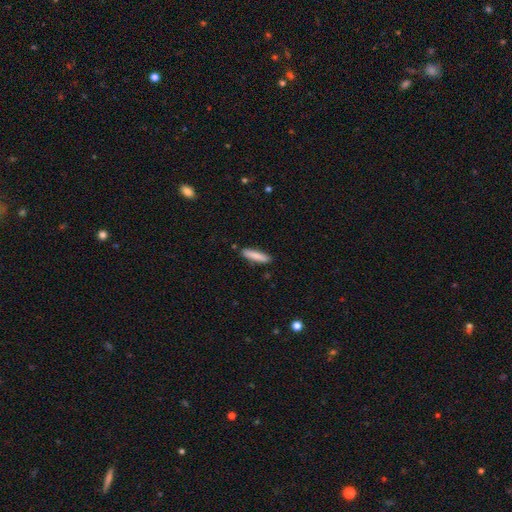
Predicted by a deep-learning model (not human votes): smooth 84%, featured or disk 10%, star or artifact 6%. Down the decision tree: how rounded — cigar-shaped (82%); merging — none (87%).